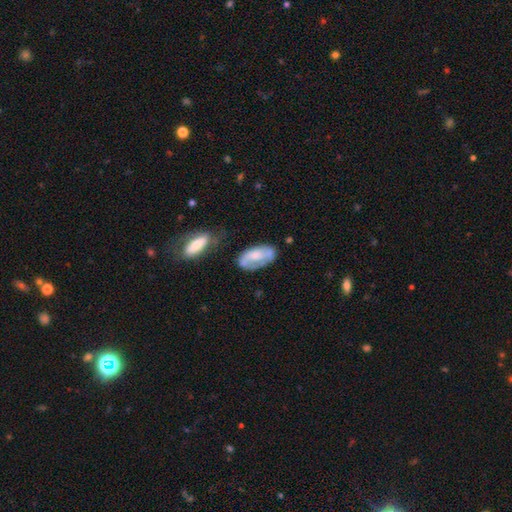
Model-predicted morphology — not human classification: A smooth galaxy with no disk features (50%).

Vote fractions:
- Smooth or featured? smooth: 50% / featured or disk: 43% / star or artifact: 7%
- Merging? none: 42% / minor disturbance: 29% / major disturbance: 18% / merger: 11%